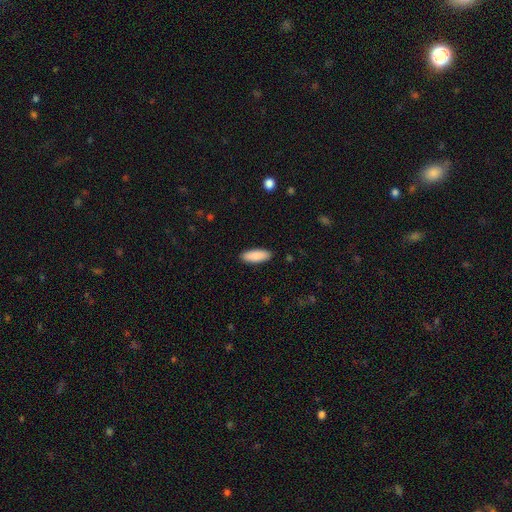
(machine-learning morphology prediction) Smooth or featured? Predicted: smooth (p=0.88). How rounded? Predicted: in between (p=0.69). Merging? Predicted: none (p=0.90).